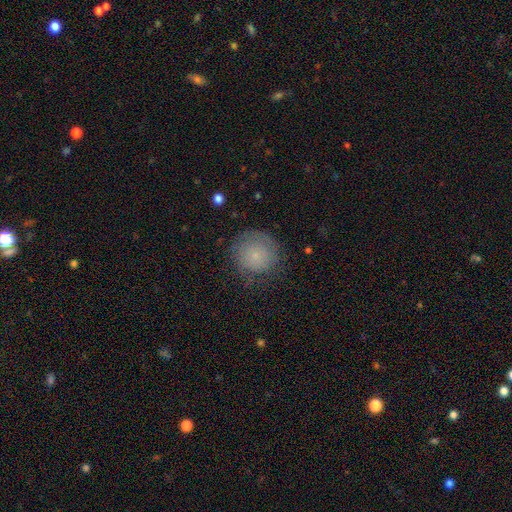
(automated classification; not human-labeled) A smooth galaxy with no disk features (70%) that is round (93%). Merging: none (70%).